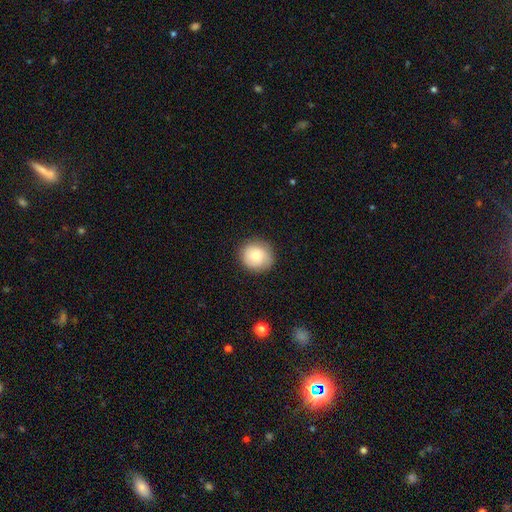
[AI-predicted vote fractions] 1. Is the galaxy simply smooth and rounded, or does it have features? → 77% smooth, 15% featured or disk, 8% star or artifact.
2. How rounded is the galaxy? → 91% round, 8% in between, 1% cigar-shaped.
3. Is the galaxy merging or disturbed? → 86% none, 10% minor disturbance, 3% major disturbance, 1% merger.